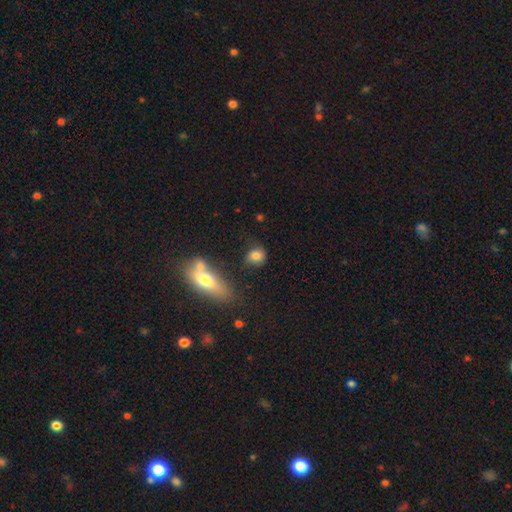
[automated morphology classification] Smooth or featured? Predicted: smooth (p=0.80). How rounded? Predicted: round (p=0.64). Merging? Predicted: none (p=0.65).